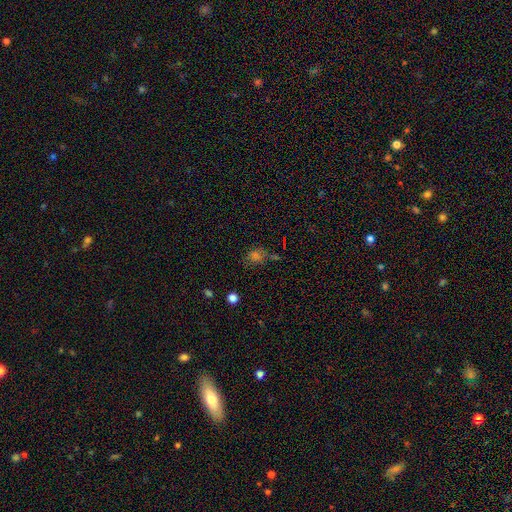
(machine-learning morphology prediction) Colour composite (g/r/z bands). It shows a smooth galaxy with no disk features (53%) that is round (58%). Merging: none (59%).